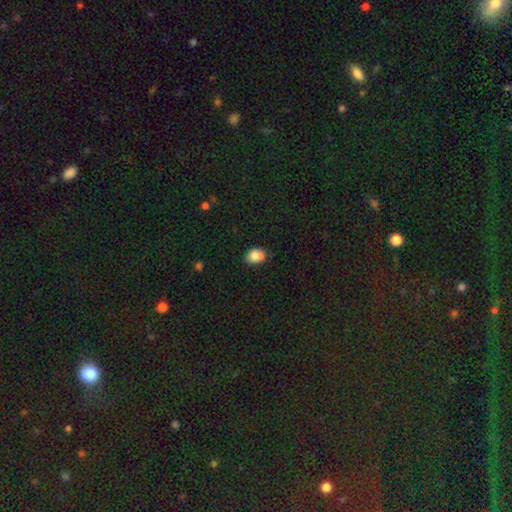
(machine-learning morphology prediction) Smooth or featured: smooth — 78% (featured or disk — 12%)
How rounded: in between — 66% (round — 33%)
Merging: none — 48% (merger — 29%)